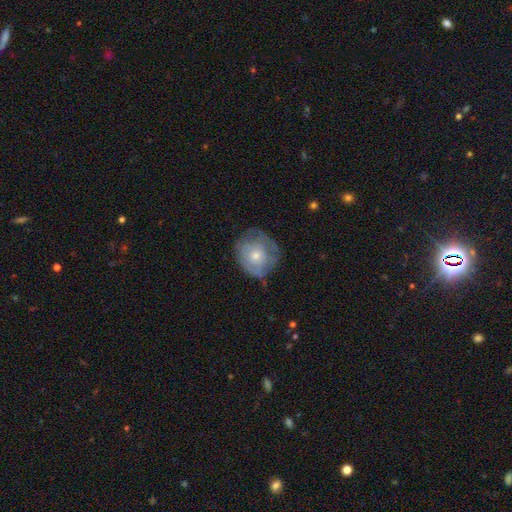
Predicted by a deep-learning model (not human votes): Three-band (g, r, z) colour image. It shows a featured or disk galaxy (49%). Merging: none (62%).